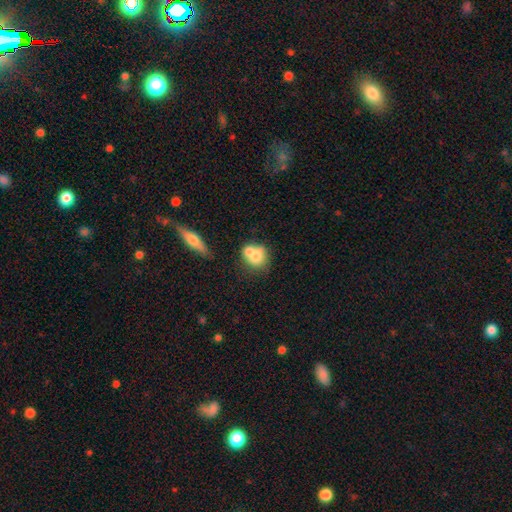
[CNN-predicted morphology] Smooth or featured?
  - smooth: 69% *
  - featured or disk: 23%
  - star or artifact: 8%
How rounded?
  - round: 63% *
  - in between: 35%
  - cigar-shaped: 2%
Merging?
  - merger: 52% *
  - none: 32%
  - minor disturbance: 11%
  - major disturbance: 5%